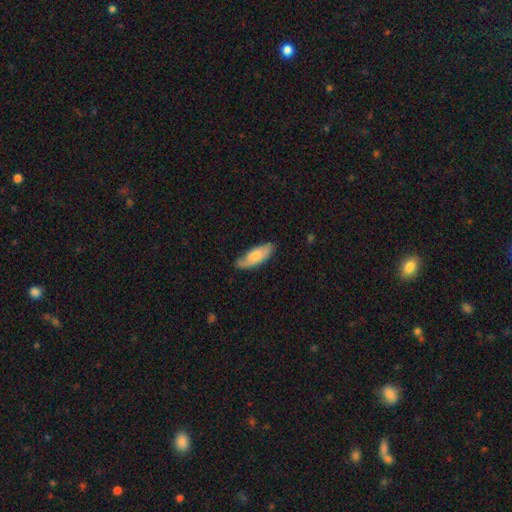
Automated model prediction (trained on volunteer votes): A smooth galaxy with no disk features (65%) that is in between round and cigar-shaped (76%). Merging: none (71%).